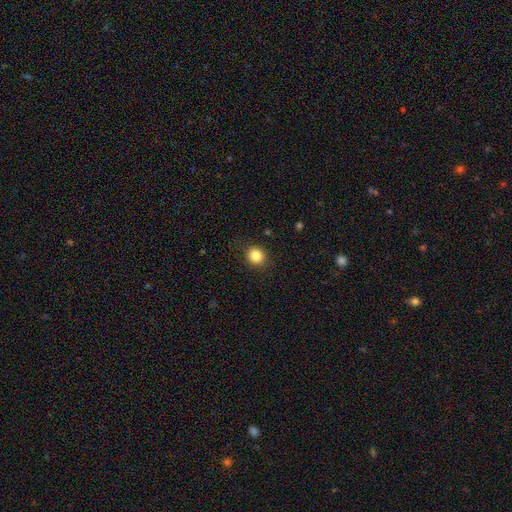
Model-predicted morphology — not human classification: smooth 84%, star or artifact 11%, featured or disk 5%. Down the decision tree: how rounded — round (83%); merging — none (88%).